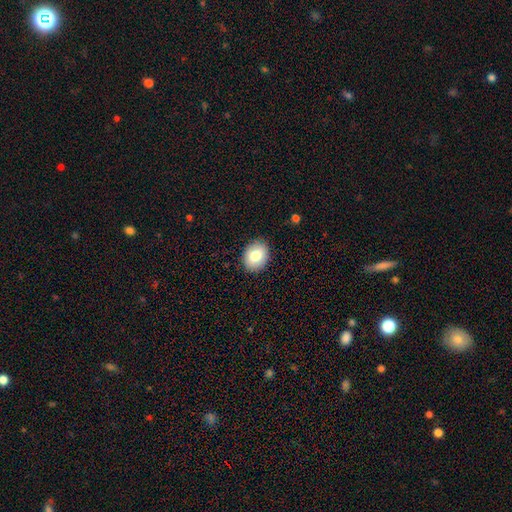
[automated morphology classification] This appears to be a smooth galaxy with no disk features (81%) that is in between round and cigar-shaped (52%). Merging: none (88%).